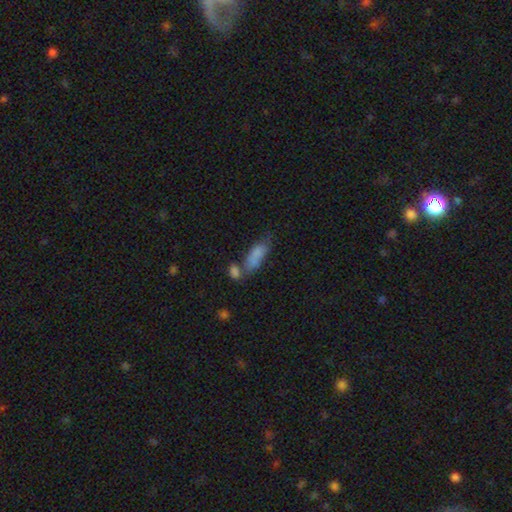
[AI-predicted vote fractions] This is likely a smooth galaxy (76%). How rounded: likely in between (73%). Merging: marginally merger (36%).